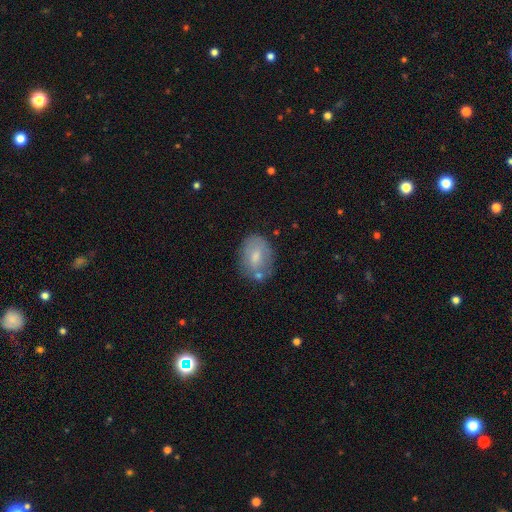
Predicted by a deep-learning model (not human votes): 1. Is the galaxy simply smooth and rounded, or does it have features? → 67% smooth, 25% featured or disk, 8% star or artifact.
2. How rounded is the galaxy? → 74% in between, 25% round, 1% cigar-shaped.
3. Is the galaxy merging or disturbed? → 63% none, 22% minor disturbance, 10% merger, 6% major disturbance.